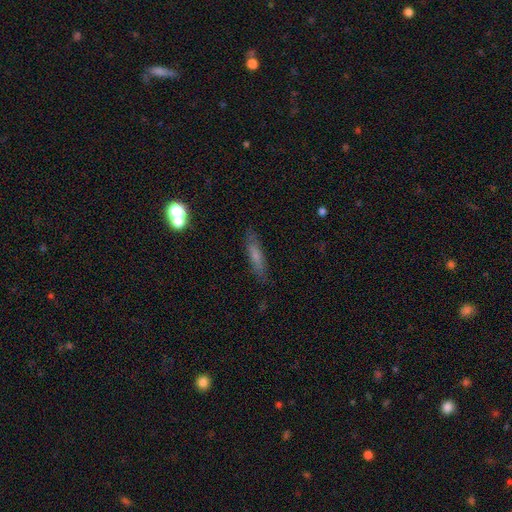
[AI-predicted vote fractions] smooth-or-featured: smooth: 63% | featured or disk: 28% | star or artifact: 10%
  how-rounded: cigar-shaped: 76% | in between: 22% | round: 3%
  merging: none: 81% | minor disturbance: 13% | major disturbance: 4% | merger: 3%